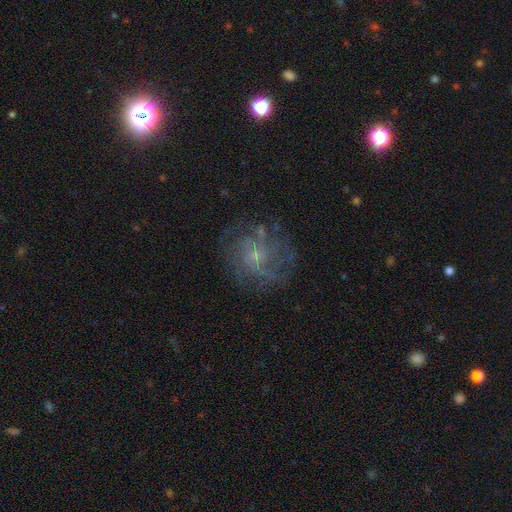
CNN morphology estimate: Smooth or featured? featured or disk (68%)
Edge-on disk? no (98%)
Bar? no (80%)
Spiral arms? yes (79%)
Spiral winding? tight (45%)
Spiral arm count? can't tell (46%)
Bulge size? small (71%)
Merging? none (69%)